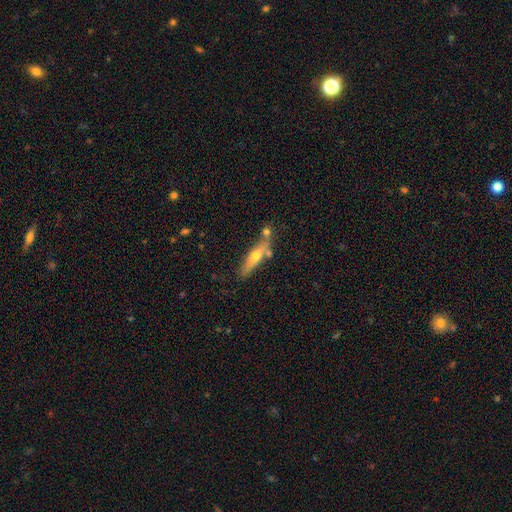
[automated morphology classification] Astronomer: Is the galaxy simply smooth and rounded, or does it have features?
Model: featured or disk — 50% (runner-up: smooth, 44%).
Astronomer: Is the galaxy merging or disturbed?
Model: none — 64%.